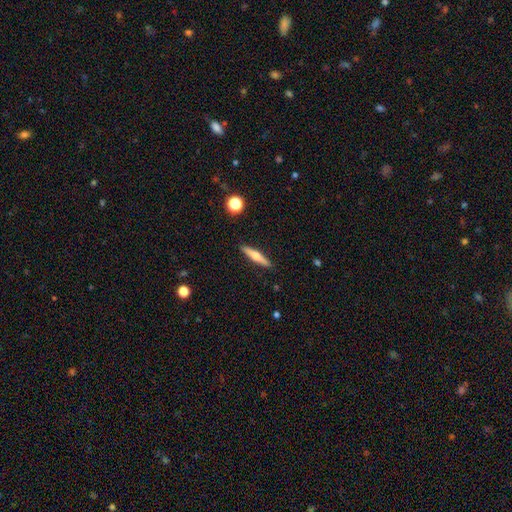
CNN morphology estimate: Overall: featured or disk (48%; smooth 45%). Merging: none (90%).